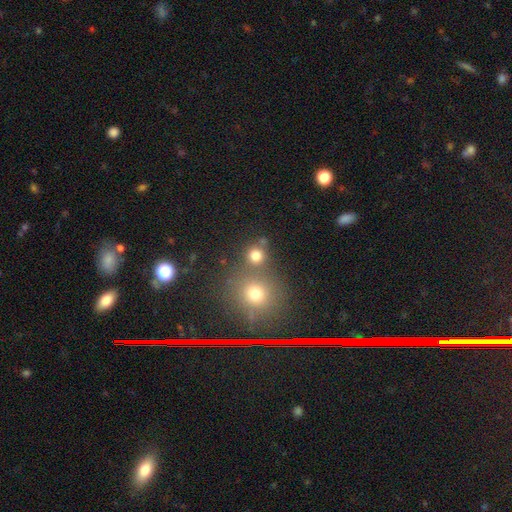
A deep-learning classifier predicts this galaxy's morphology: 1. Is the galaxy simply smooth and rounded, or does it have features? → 76% smooth, 16% star or artifact, 7% featured or disk.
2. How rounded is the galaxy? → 89% round, 10% in between, 1% cigar-shaped.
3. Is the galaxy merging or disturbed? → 65% none, 24% merger, 7% minor disturbance, 4% major disturbance.